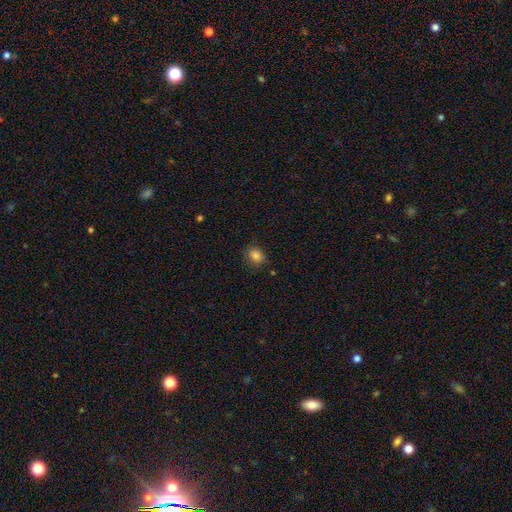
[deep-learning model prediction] smooth 84%, star or artifact 11%, featured or disk 5%. Down the decision tree: how rounded — round (53%); merging — none (80%).